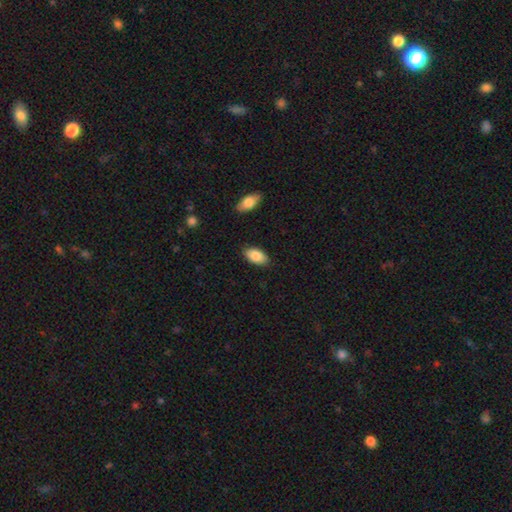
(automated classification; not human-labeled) A smooth galaxy with no disk features (84%) that is in between round and cigar-shaped (94%). Merging: none (87%).